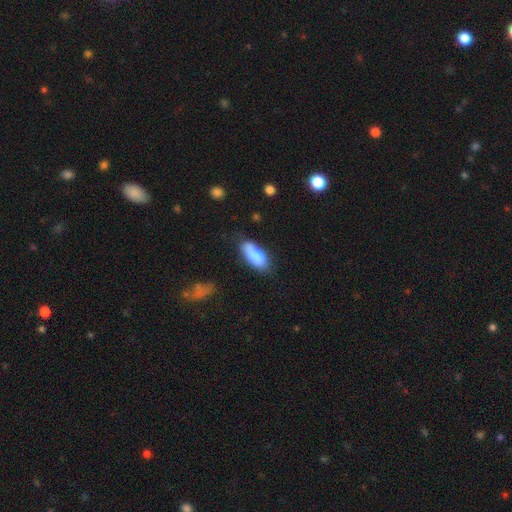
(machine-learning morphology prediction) A smooth galaxy with no disk features (80%) that is in between round and cigar-shaped (80%).

Vote fractions:
- Smooth or featured? smooth: 80% / featured or disk: 13% / star or artifact: 7%
- How rounded? in between: 80% / cigar-shaped: 17% / round: 2%
- Merging? none: 56% / minor disturbance: 28% / major disturbance: 9% / merger: 7%